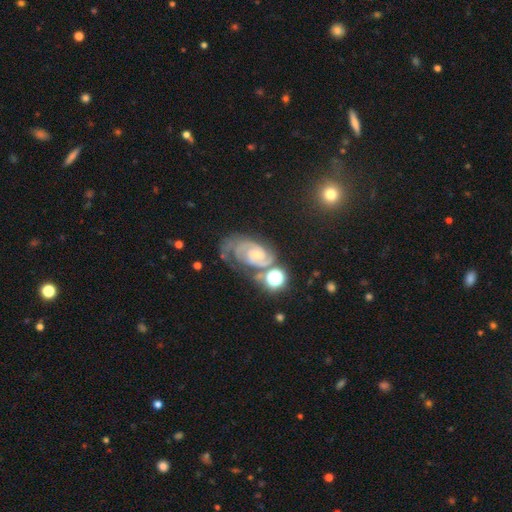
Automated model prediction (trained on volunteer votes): The model was most divided on "merging": none: 46%, minor disturbance: 23%, major disturbance: 21%, merger: 10%. More confident: edge-on disk — no (97%); spiral arms — yes (97%); smooth or featured — featured or disk (84%); bulge size — small (66%); bar — no (66%); spiral arm count — 2 (63%); spiral winding — tight (60%).